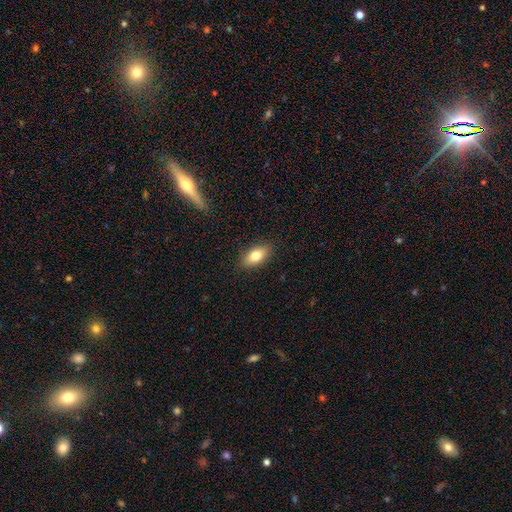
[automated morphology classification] Smooth or featured: smooth — 79% (featured or disk — 13%)
How rounded: in between — 88% (cigar-shaped — 7%)
Merging: none — 88% (minor disturbance — 9%)